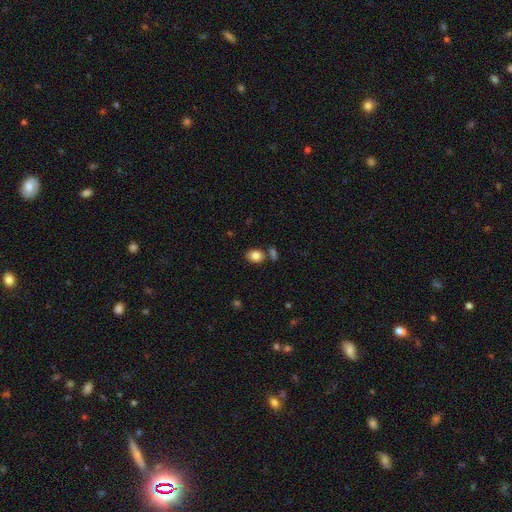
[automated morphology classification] Overall: smooth (84%). How rounded: in between (63%; round 36%). Merging: none (72%).